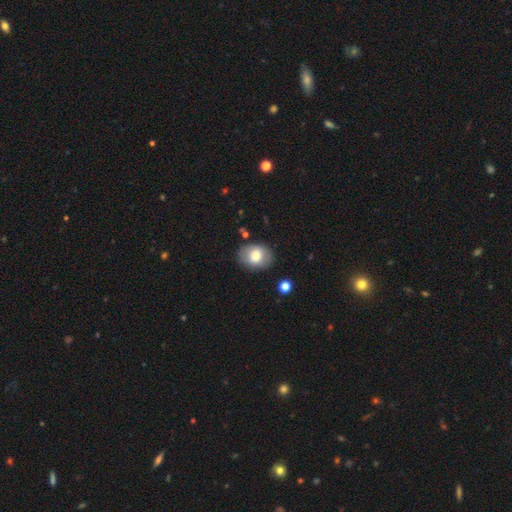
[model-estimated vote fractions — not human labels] smooth-or-featured: smooth: 74% | featured or disk: 19% | star or artifact: 7%
  how-rounded: in between: 64% | round: 35% | cigar-shaped: 1%
  merging: none: 81% | minor disturbance: 13% | major disturbance: 4% | merger: 2%